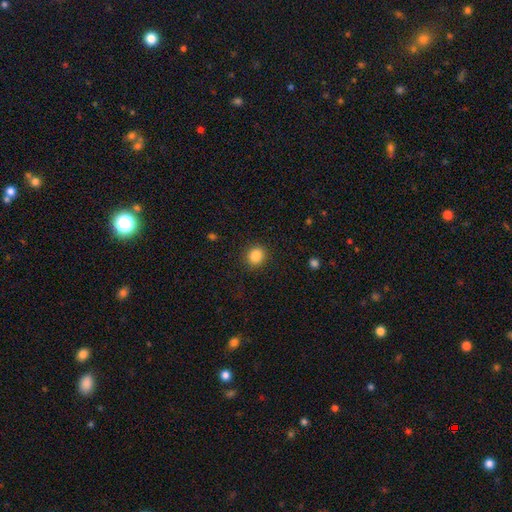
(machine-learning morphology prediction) Smooth or featured?
  - smooth: 86% *
  - star or artifact: 10%
  - featured or disk: 4%
How rounded?
  - round: 86% *
  - in between: 13%
  - cigar-shaped: 1%
Merging?
  - none: 89% *
  - minor disturbance: 7%
  - major disturbance: 3%
  - merger: 1%